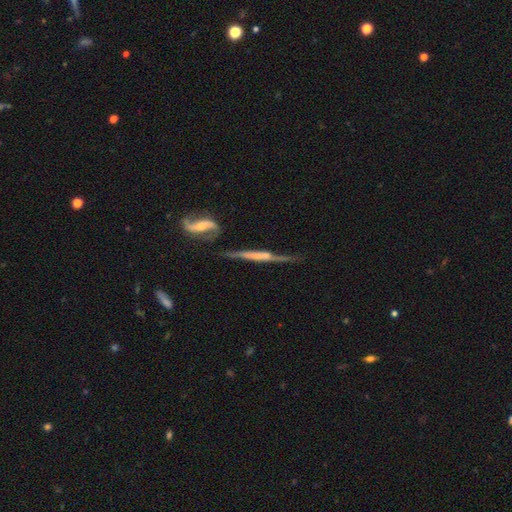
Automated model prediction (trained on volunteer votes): This is likely a featured or disk galaxy (77%). It is likely viewed edge-on (78%). Edge-on bulge: marginally none (45%). Merging: possibly none (51%).